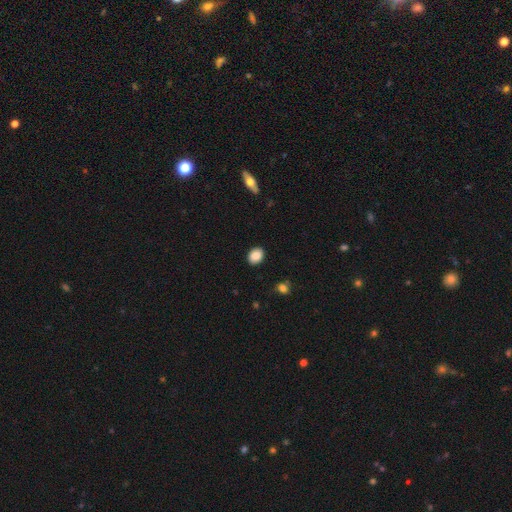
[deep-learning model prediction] A smooth galaxy with no disk features (86%) that is in between round and cigar-shaped (64%).

Vote fractions:
- Smooth or featured? smooth: 86% / star or artifact: 8% / featured or disk: 6%
- How rounded? in between: 64% / round: 35% / cigar-shaped: 1%
- Merging? none: 89% / minor disturbance: 8% / major disturbance: 2% / merger: 1%